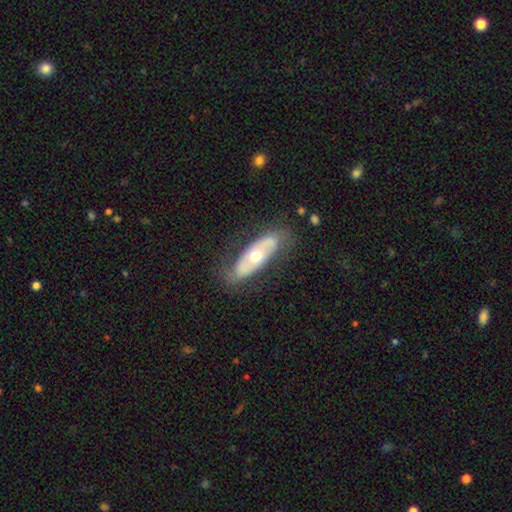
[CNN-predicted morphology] The model was most divided on "smooth or featured": featured or disk: 58%, smooth: 37%, star or artifact: 6%. More confident: edge-on disk — no (77%); merging — none (75%).